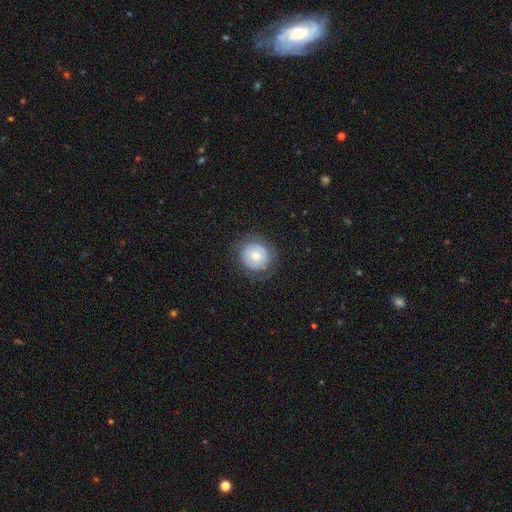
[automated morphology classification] This is possibly a smooth galaxy (56%). How rounded: clearly round (91%). Merging: likely none (76%).